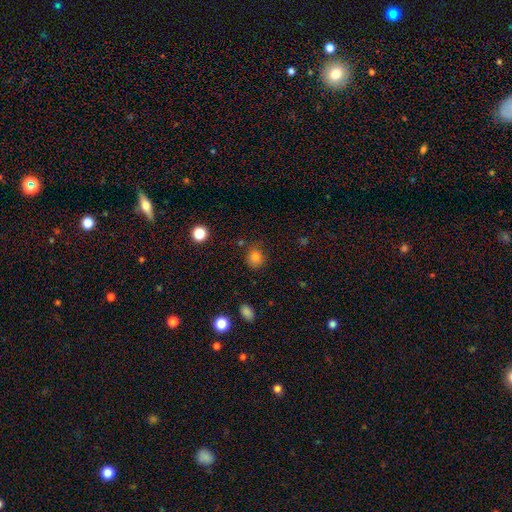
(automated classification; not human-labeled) This is clearly a smooth galaxy (81%). How rounded: likely round (79%). Merging: likely none (78%).